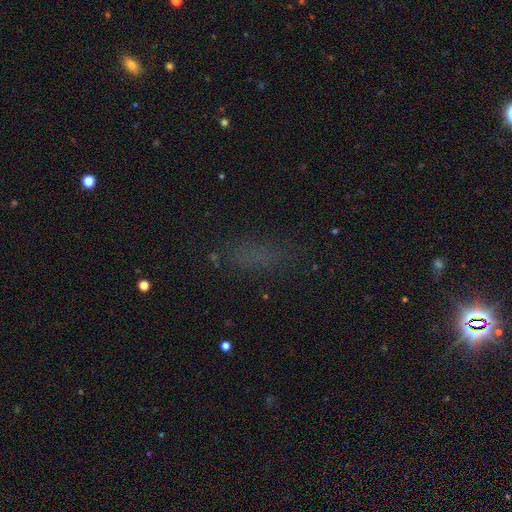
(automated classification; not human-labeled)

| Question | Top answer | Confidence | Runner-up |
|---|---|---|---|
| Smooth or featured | smooth | 53% | star or artifact (32%) |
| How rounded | in between | 51% | cigar-shaped (42%) |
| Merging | none | 75% | minor disturbance (15%) |